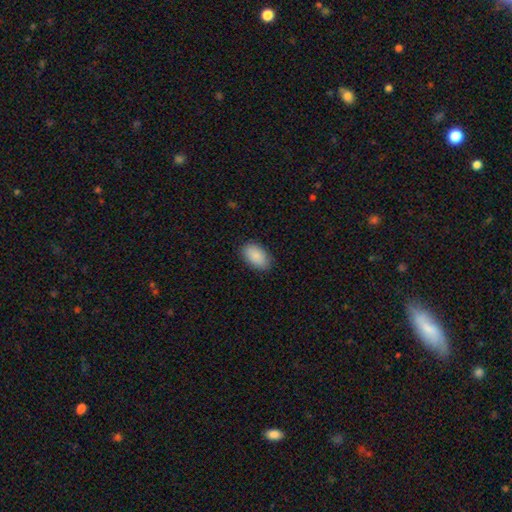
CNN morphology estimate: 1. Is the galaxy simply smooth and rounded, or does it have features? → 90% smooth, 6% star or artifact, 4% featured or disk.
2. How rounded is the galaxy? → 94% in between, 5% round, 1% cigar-shaped.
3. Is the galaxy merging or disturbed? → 87% none, 10% minor disturbance, 2% major disturbance, 1% merger.